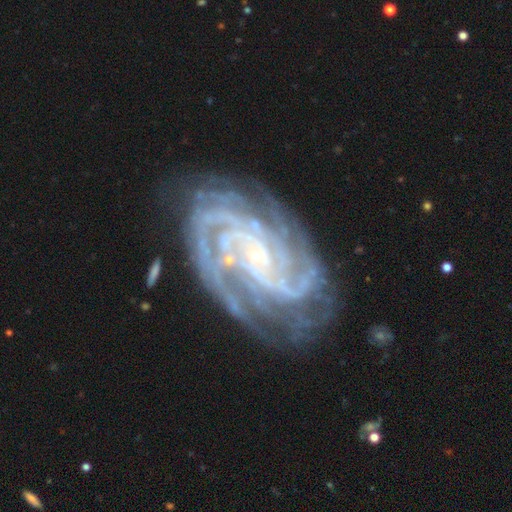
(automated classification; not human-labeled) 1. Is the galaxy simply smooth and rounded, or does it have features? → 93% featured or disk, 5% star or artifact, 3% smooth.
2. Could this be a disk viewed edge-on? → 97% no, 3% yes.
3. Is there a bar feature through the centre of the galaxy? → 60% no, 26% weak, 14% strong.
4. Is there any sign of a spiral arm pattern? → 99% yes, 1% no.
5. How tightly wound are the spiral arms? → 74% tight, 23% medium, 3% loose.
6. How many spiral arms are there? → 26% 4, 20% 3, 16% more than 4, 15% 2, 14% can't tell, 8% 1.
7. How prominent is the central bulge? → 84% small, 11% moderate, 3% none, 1% large, 1% dominant.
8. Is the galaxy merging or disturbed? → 77% none, 15% minor disturbance, 6% major disturbance, 2% merger.